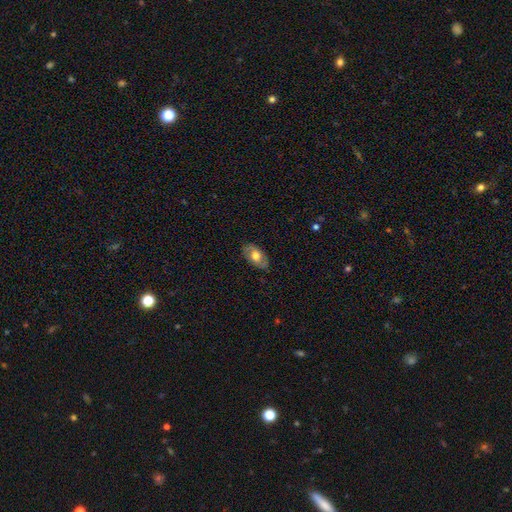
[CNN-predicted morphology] The model was most divided on "smooth or featured": smooth: 57%, featured or disk: 36%, star or artifact: 6%. More confident: how rounded — in between (92%); merging — none (83%).